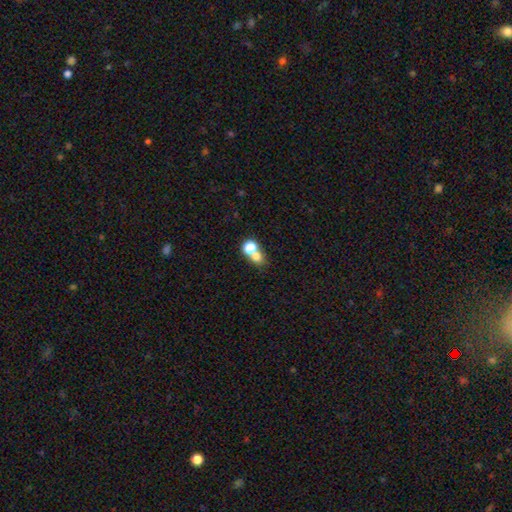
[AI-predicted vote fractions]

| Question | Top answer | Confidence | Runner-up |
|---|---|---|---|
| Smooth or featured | smooth | 71% | star or artifact (16%) |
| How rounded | round | 68% | in between (30%) |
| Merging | merger | 52% | none (39%) |